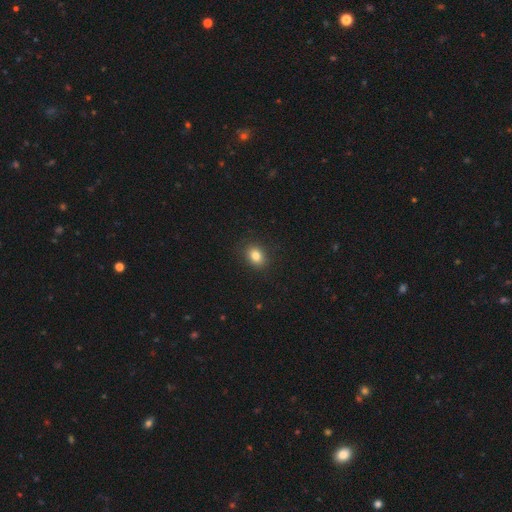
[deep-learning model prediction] A smooth galaxy with no disk features (83%) that is in between round and cigar-shaped (62%).

Vote fractions:
- Smooth or featured? smooth: 83% / star or artifact: 10% / featured or disk: 6%
- How rounded? in between: 62% / round: 37% / cigar-shaped: 1%
- Merging? none: 88% / minor disturbance: 9% / major disturbance: 2% / merger: 1%